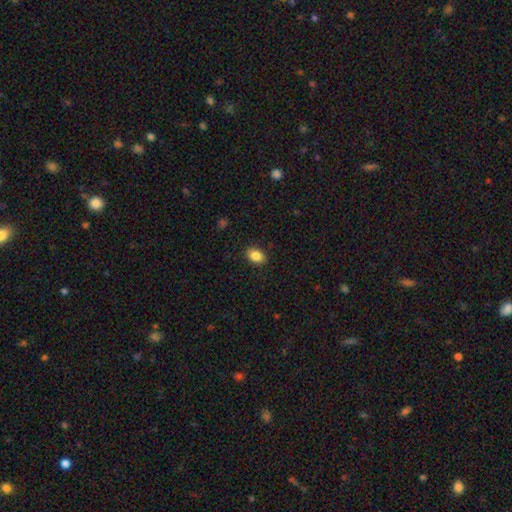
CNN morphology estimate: Smooth or featured? Predicted: smooth (p=0.86). How rounded? Predicted: in between (p=0.81). Merging? Predicted: none (p=0.88).